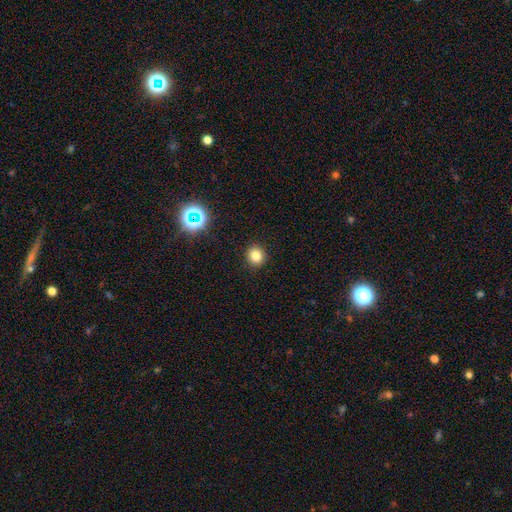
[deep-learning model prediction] Q: Smooth or featured?
A: smooth (79%); runner-up: star or artifact (15%)
Q: How rounded?
A: round (89%); runner-up: in between (10%)
Q: Merging?
A: none (92%); runner-up: minor disturbance (5%)